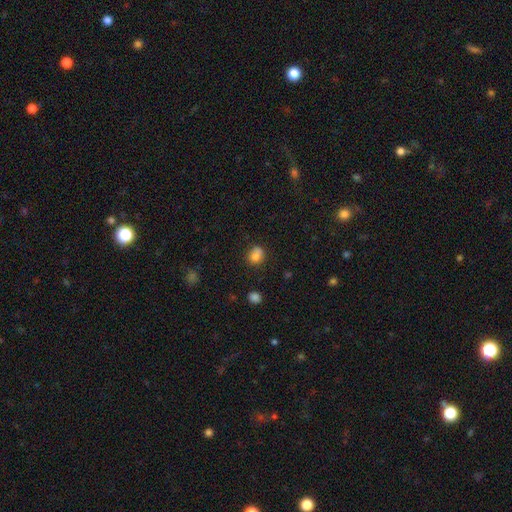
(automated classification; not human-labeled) This is clearly a smooth galaxy (80%). How rounded: possibly round (57%). Merging: possibly none (59%).